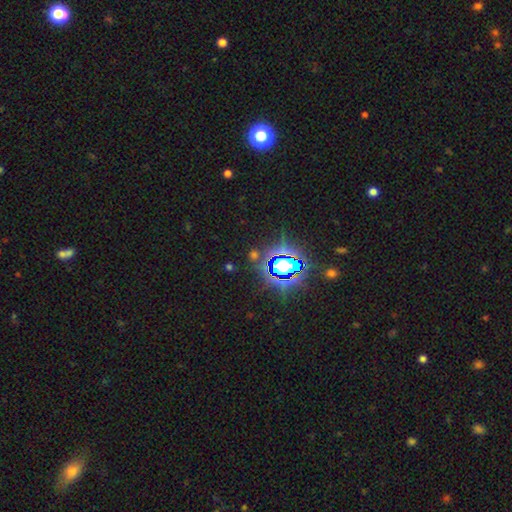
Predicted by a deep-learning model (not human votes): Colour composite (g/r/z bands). It shows a star or artifact, not a galaxy (74%).